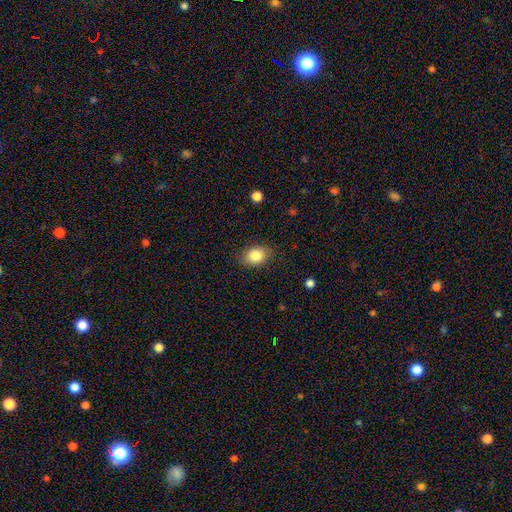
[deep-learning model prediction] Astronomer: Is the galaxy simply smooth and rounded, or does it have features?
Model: smooth — 83%.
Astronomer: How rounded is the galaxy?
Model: in between — 69%.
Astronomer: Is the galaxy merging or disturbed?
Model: none — 84%.